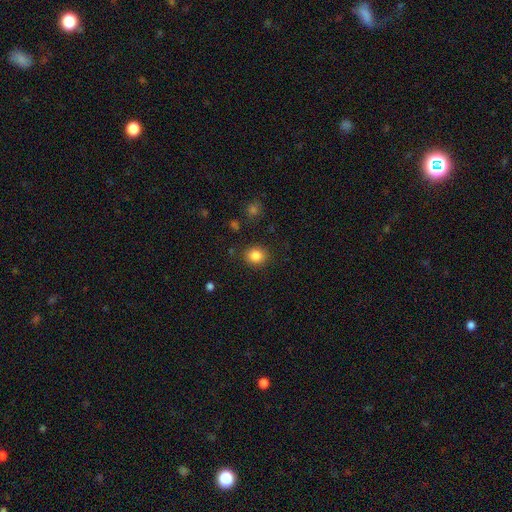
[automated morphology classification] A smooth galaxy with no disk features (85%) that is round (70%).

Vote fractions:
- Smooth or featured? smooth: 85% / star or artifact: 10% / featured or disk: 5%
- How rounded? round: 70% / in between: 29% / cigar-shaped: 1%
- Merging? none: 86% / minor disturbance: 9% / major disturbance: 3% / merger: 2%